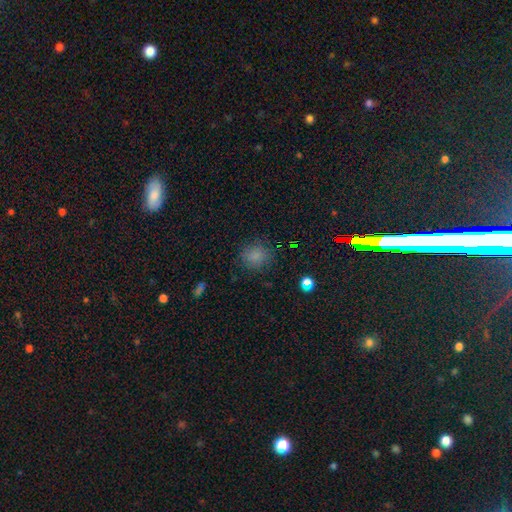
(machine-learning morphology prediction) Smooth or featured? Predicted: smooth (p=0.81). How rounded? Predicted: round (p=0.81). Merging? Predicted: none (p=0.84).